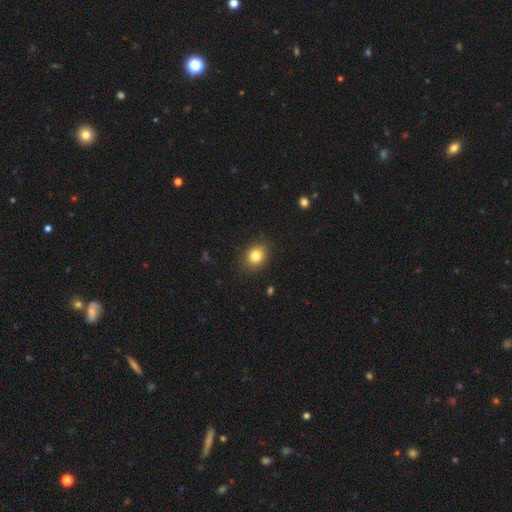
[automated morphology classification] Smooth or featured? smooth (83%)
How rounded? round (51%)
Merging? none (87%)